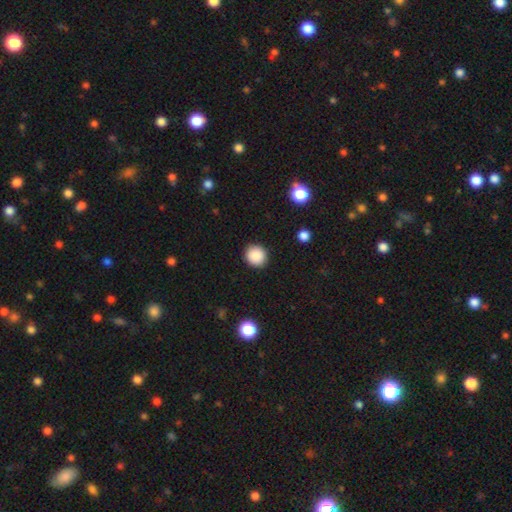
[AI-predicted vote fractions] A smooth galaxy with no disk features (88%) that is round (92%). Merging: none (91%).